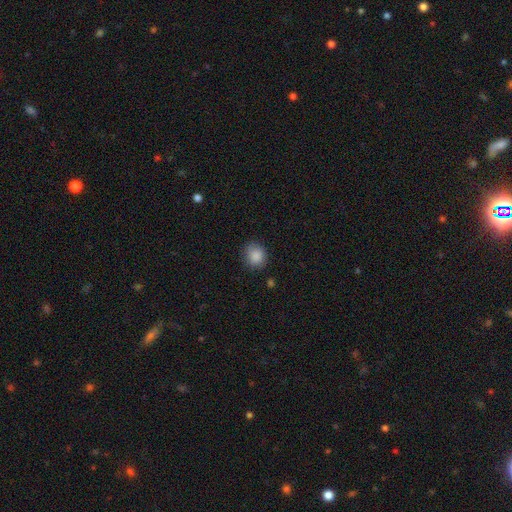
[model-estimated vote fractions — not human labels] A smooth galaxy with no disk features (87%) that is round (75%). Merging: none (81%).